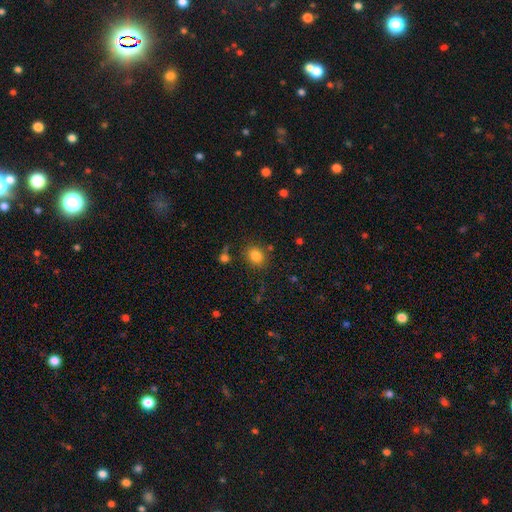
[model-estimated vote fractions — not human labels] A smooth galaxy with no disk features (83%) that is round (63%).

Vote fractions:
- Smooth or featured? smooth: 83% / star or artifact: 11% / featured or disk: 6%
- How rounded? round: 63% / in between: 36% / cigar-shaped: 1%
- Merging? none: 79% / minor disturbance: 11% / merger: 5% / major disturbance: 4%